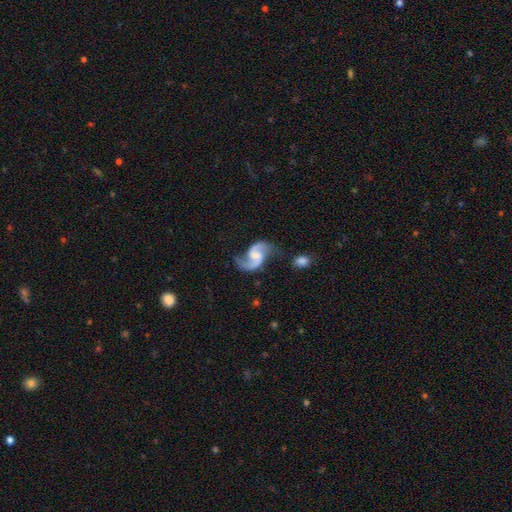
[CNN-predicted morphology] This is clearly a featured or disk galaxy (91%). It is clearly not viewed edge-on (98%). Bar: possibly weak (51%). Spiral arm pattern: clearly yes (98%). Spiral arm count: clearly 2 (93%). Spiral winding: possibly loose (52%). Central bulge: marginally small (33%). Merging: likely none (67%).